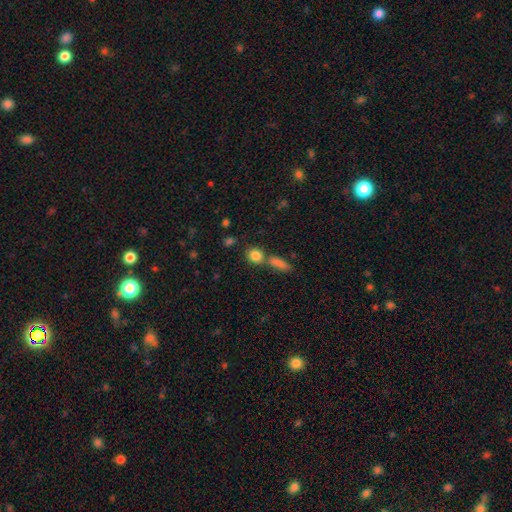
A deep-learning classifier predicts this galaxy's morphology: Smooth or featured? smooth (84%)
How rounded? round (67%)
Merging? none (60%)